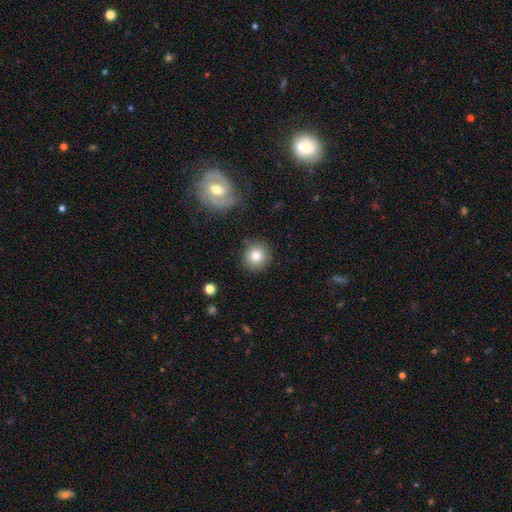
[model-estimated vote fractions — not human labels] Smooth or featured? smooth (80%)
How rounded? round (91%)
Merging? none (86%)